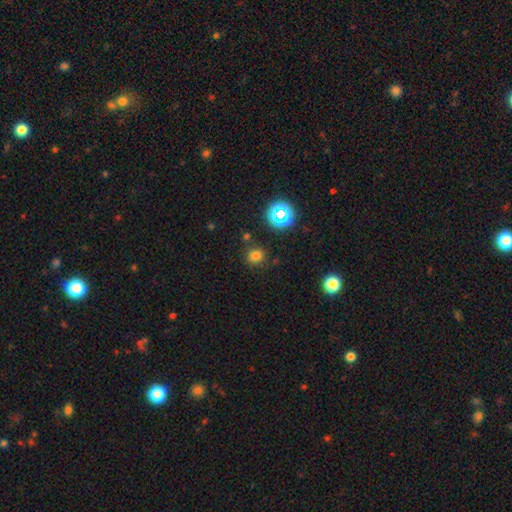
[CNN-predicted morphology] type=smooth (71%); roundness=round (82%); merging=none (82%).